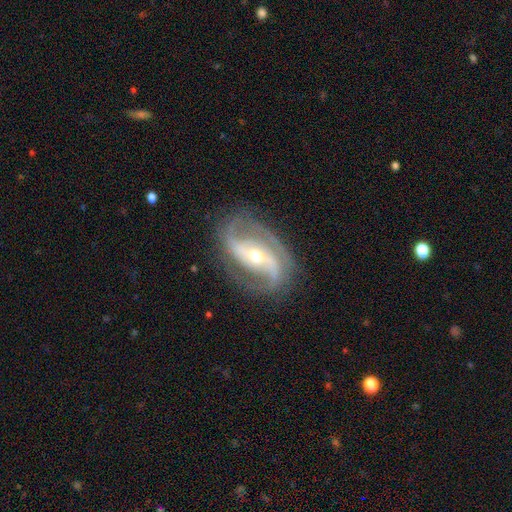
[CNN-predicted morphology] Smooth or featured: featured or disk — 89% (star or artifact — 5%)
Edge-on disk: no — 96% (yes — 4%)
Bar: weak — 34% (strong — 33%)
Spiral arms: yes — 97% (no — 3%)
Spiral winding: medium — 50% (loose — 26%)
Spiral arm count: 2 — 77% (3 — 11%)
Bulge size: moderate — 51% (small — 44%)
Merging: none — 75% (minor disturbance — 16%)